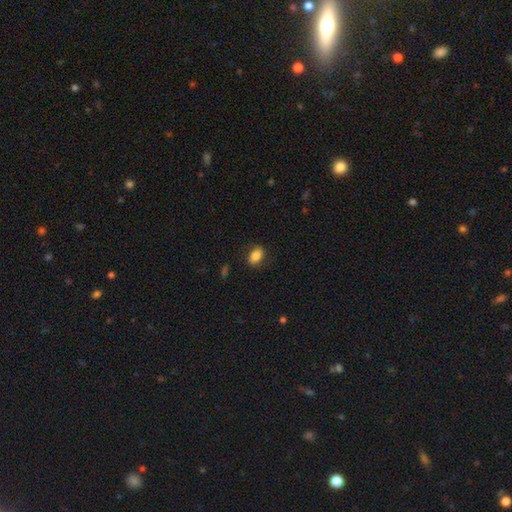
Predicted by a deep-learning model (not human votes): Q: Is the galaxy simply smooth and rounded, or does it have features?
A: smooth — 85%.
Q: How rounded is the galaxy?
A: in between — 85%.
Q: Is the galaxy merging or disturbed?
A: none — 83%.